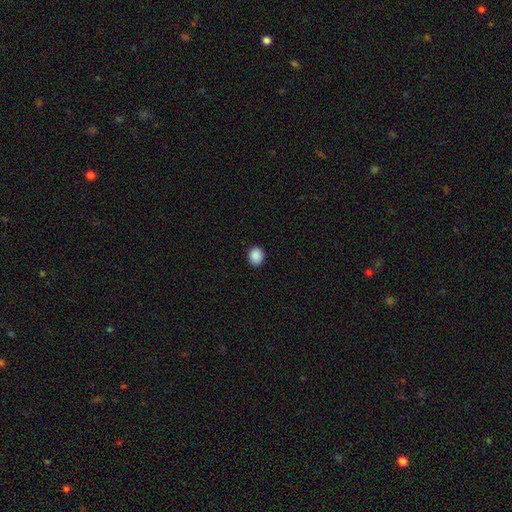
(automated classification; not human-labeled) Overall: smooth (89%). How rounded: round (65%; in between 35%). Merging: none (90%).